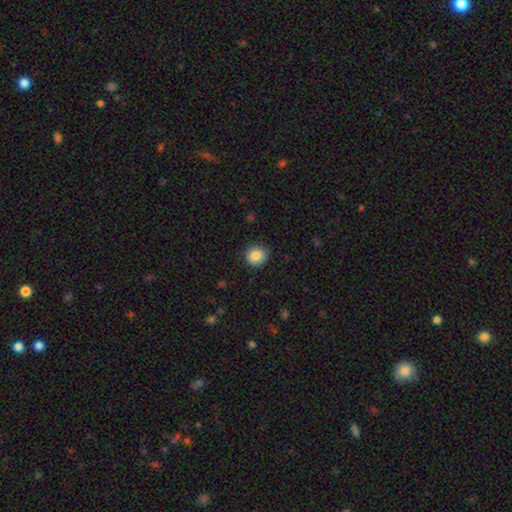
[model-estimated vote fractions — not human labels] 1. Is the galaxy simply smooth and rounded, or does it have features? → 86% smooth, 9% star or artifact, 5% featured or disk.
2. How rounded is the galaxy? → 84% round, 15% in between, 1% cigar-shaped.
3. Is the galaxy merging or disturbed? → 89% none, 8% minor disturbance, 2% major disturbance, 1% merger.